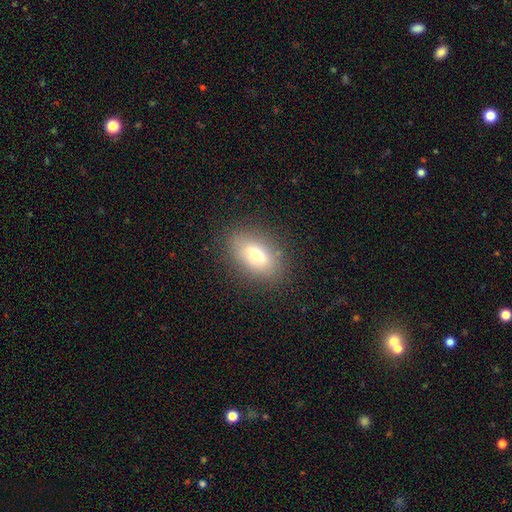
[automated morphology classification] The model was most divided on "smooth or featured": smooth: 68%, featured or disk: 21%, star or artifact: 11%. More confident: merging — none (85%); how rounded — in between (84%).